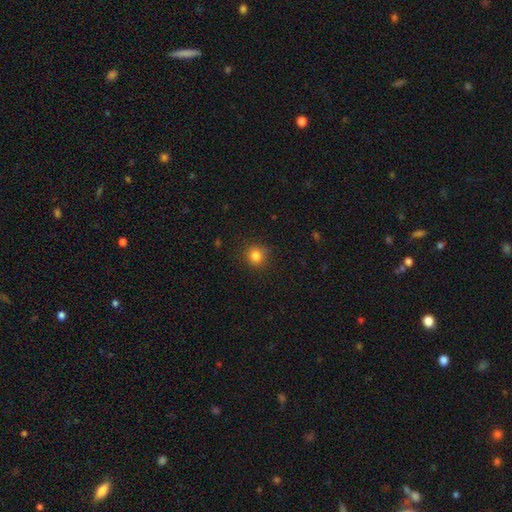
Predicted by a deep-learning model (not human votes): A smooth galaxy with no disk features (83%) that is round (91%).

Vote fractions:
- Smooth or featured? smooth: 83% / star or artifact: 13% / featured or disk: 5%
- How rounded? round: 91% / in between: 8% / cigar-shaped: 1%
- Merging? none: 86% / minor disturbance: 10% / major disturbance: 3% / merger: 1%